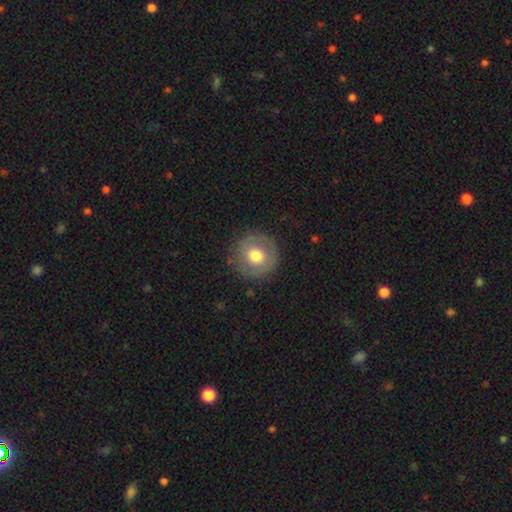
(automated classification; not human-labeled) Smooth or featured? smooth (59%)
How rounded? round (94%)
Merging? none (84%)